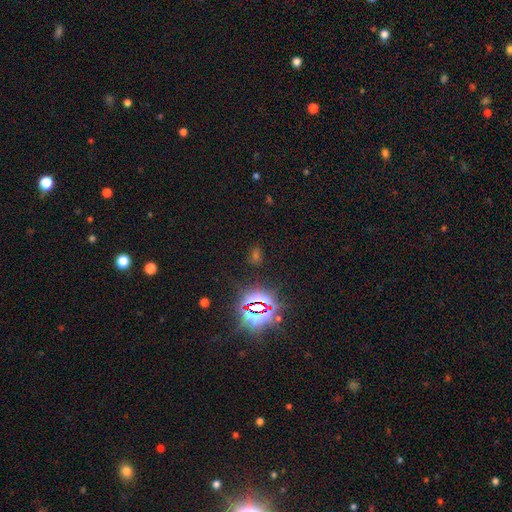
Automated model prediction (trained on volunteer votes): This is likely a star or artifact rather than a galaxy (64%).